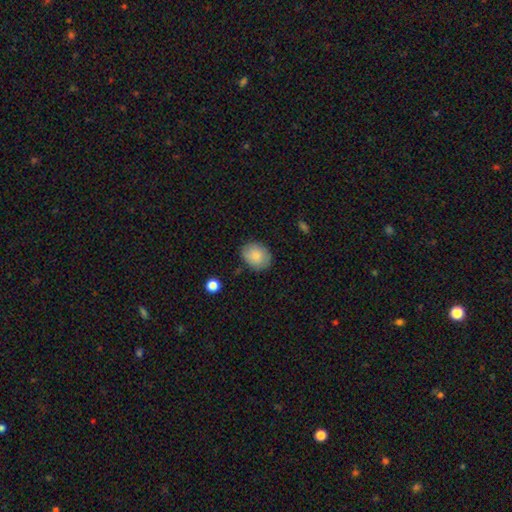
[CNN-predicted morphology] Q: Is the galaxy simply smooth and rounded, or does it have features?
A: smooth — 80%.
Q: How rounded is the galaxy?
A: in between — 58%.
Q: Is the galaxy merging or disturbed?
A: none — 81%.